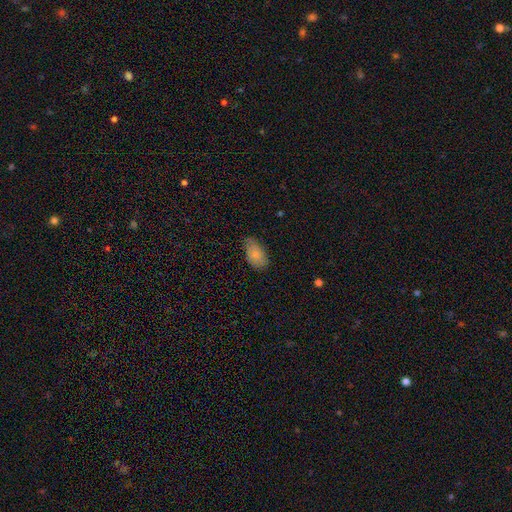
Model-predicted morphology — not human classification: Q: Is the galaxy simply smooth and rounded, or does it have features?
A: smooth — 75%.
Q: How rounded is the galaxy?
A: in between — 92%.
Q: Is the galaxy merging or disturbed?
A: none — 71%.